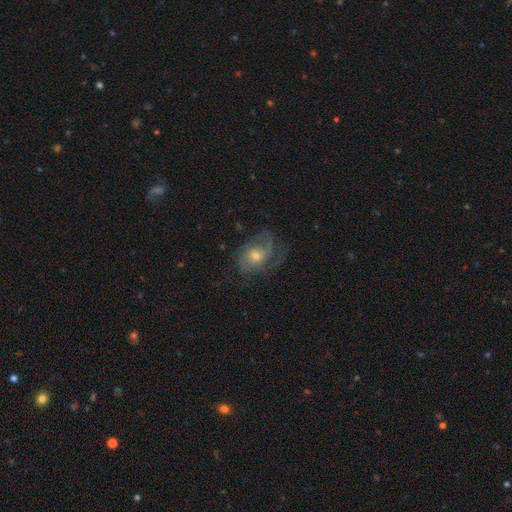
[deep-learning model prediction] A featured or disk galaxy (76%) with no bar (75%), 2 (30%) medium (43%) spiral arms (89%) and a small central bulge (47%, tied with moderate). Merging: none (56%).